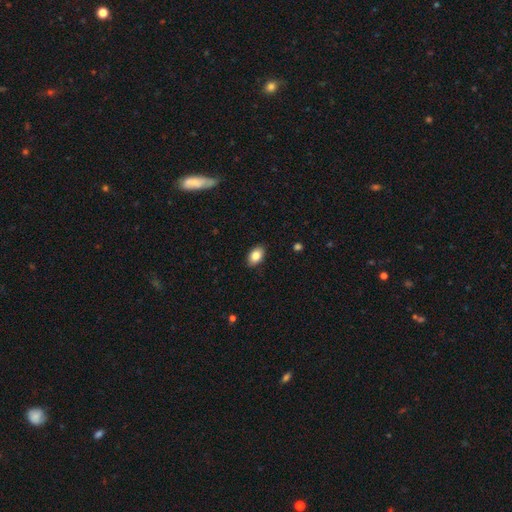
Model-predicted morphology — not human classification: type=smooth (84%); roundness=in between (90%); merging=none (88%).